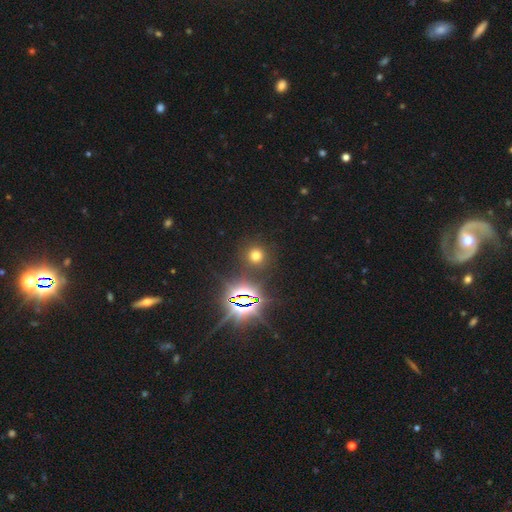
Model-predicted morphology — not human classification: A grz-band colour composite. It shows a smooth galaxy with no disk features (60%) that is round (92%). Merging: none (87%).